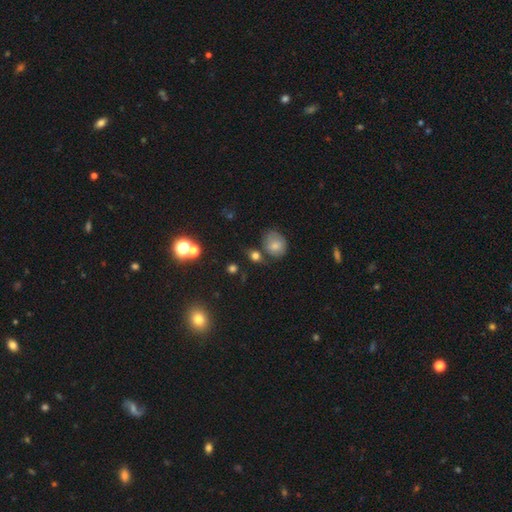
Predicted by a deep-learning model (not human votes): Morphology: type=smooth (70%); roundness=round (69%); merging=none (63%).